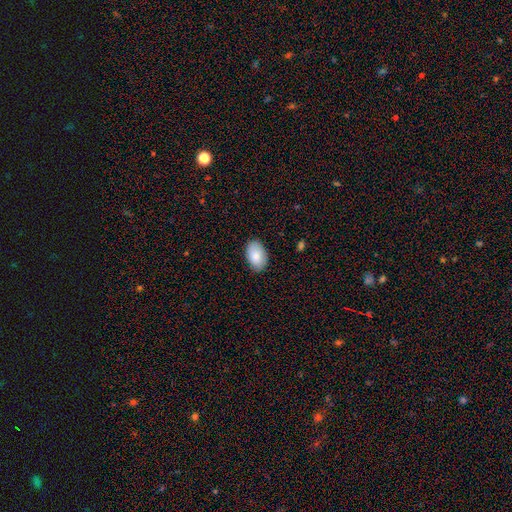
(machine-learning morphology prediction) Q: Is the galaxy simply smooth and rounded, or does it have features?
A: smooth — 84%.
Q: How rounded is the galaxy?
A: in between — 92%.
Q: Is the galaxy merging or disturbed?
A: none — 85%.